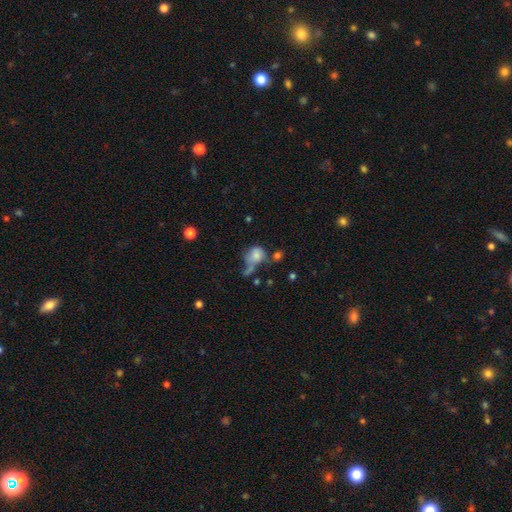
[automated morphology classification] Q: Smooth or featured?
A: smooth (70%); runner-up: featured or disk (18%)
Q: How rounded?
A: round (55%); runner-up: in between (44%)
Q: Merging?
A: merger (28%); runner-up: none (27%)